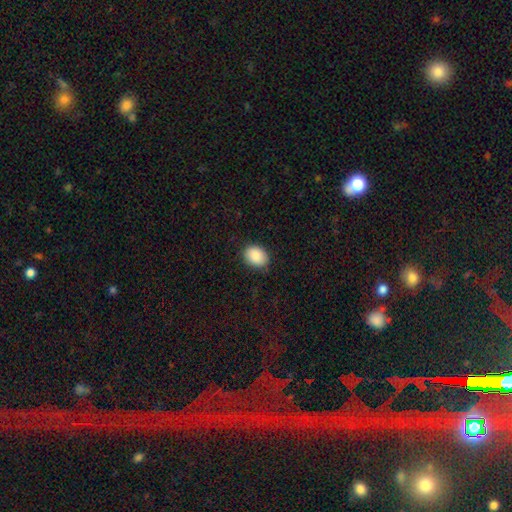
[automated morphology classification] smooth_or_featured: smooth (p=0.89) [alt: star or artifact p=0.07]
how_rounded: in between (p=0.64) [alt: round p=0.35]
merging: none (p=0.83) [alt: minor disturbance p=0.13]